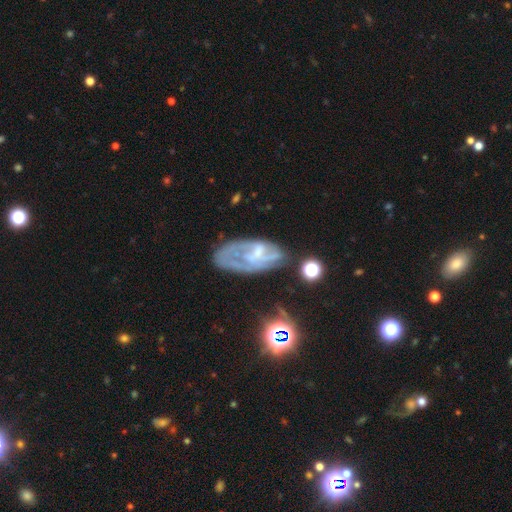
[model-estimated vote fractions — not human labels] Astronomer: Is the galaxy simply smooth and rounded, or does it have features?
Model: featured or disk — 66%.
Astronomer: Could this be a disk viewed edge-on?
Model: no — 93%.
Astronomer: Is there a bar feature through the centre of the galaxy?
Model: no — 56% (runner-up: weak, 34%).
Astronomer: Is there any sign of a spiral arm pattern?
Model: yes — 62% (runner-up: no, 38%).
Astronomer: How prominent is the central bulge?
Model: small — 42% (runner-up: none, 34%).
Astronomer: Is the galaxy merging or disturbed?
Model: none — 50% (runner-up: minor disturbance, 26%).